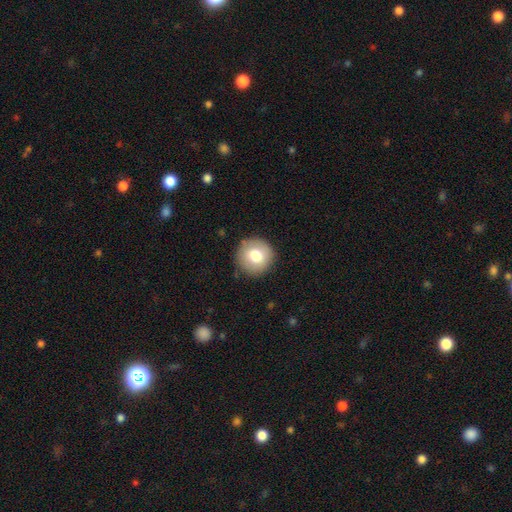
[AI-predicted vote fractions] This appears to be a smooth galaxy with no disk features (77%) that is round (95%). Merging: none (89%).